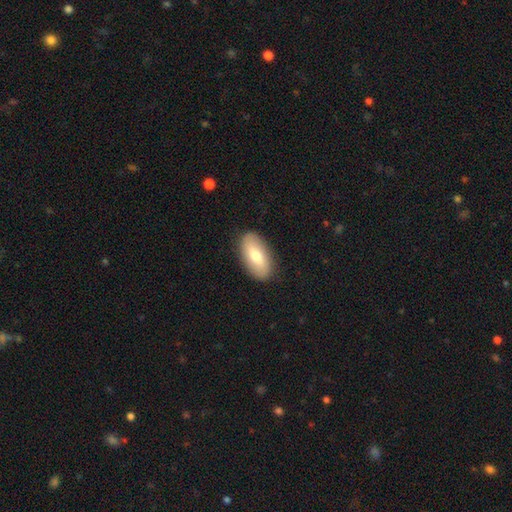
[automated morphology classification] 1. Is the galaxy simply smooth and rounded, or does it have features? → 68% smooth, 26% featured or disk, 6% star or artifact.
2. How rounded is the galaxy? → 92% in between, 5% cigar-shaped, 3% round.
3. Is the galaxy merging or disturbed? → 89% none, 8% minor disturbance, 2% major disturbance, 1% merger.